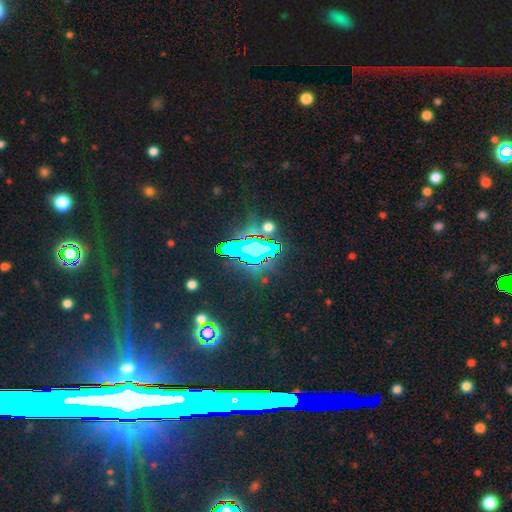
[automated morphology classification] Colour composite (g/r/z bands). It shows a star or artifact, not a galaxy (73%).